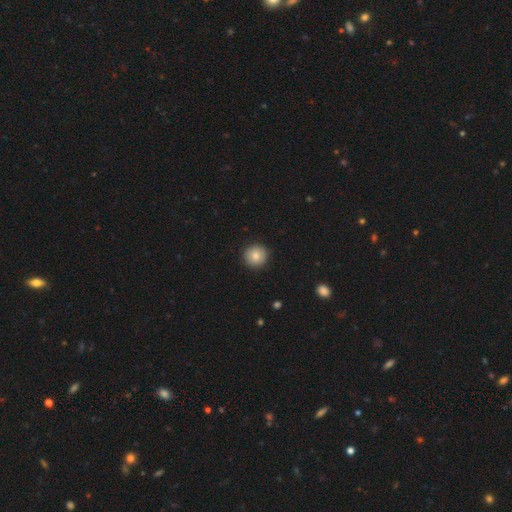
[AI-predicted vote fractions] smooth_or_featured: smooth (p=0.82) [alt: star or artifact p=0.09]
how_rounded: round (p=0.95) [alt: in between p=0.04]
merging: none (p=0.92) [alt: minor disturbance p=0.05]